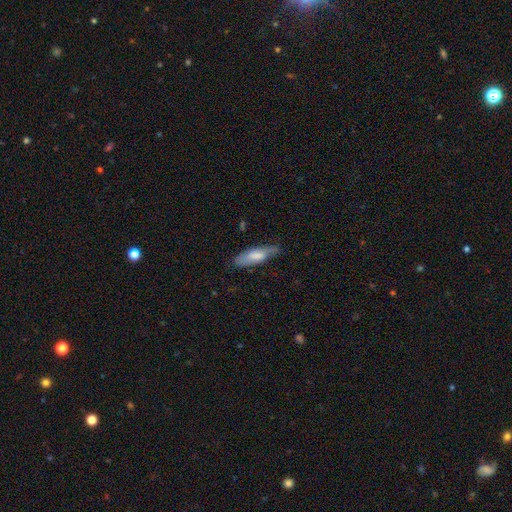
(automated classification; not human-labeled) smooth_or_featured: smooth (p=0.71) [alt: featured or disk p=0.23]
how_rounded: in between (p=0.55) [alt: cigar-shaped p=0.44]
merging: none (p=0.56) [alt: minor disturbance p=0.34]